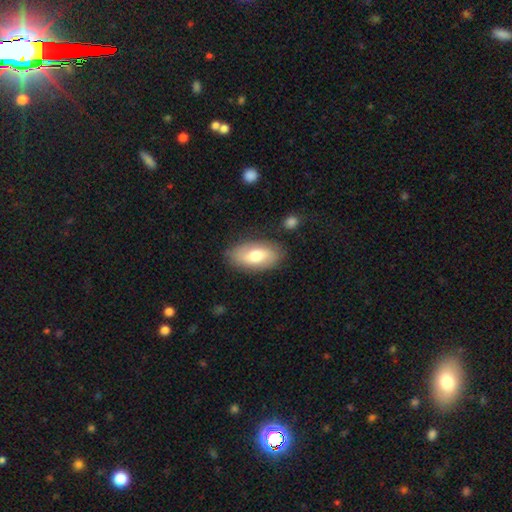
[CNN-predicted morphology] Smooth or featured: smooth — 64% (featured or disk — 30%)
How rounded: in between — 92% (round — 4%)
Merging: none — 80% (minor disturbance — 14%)